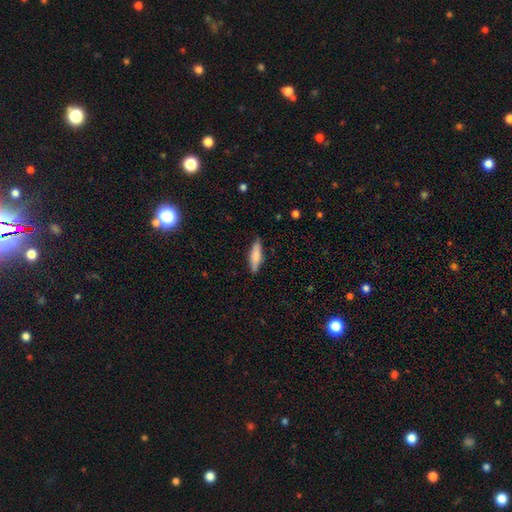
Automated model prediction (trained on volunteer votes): Smooth or featured? smooth (75%)
How rounded? cigar-shaped (62%)
Merging? none (82%)